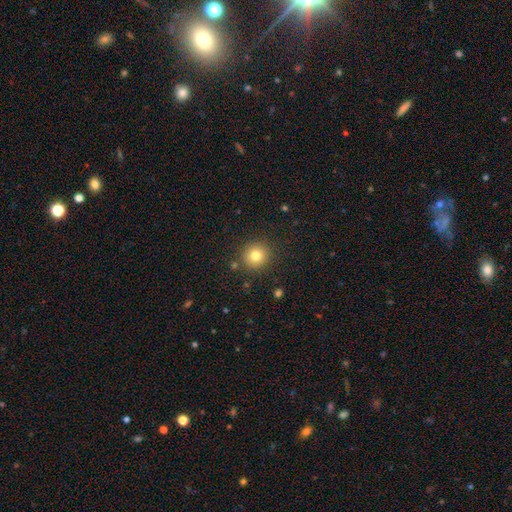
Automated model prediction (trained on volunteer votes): smooth 79%, star or artifact 12%, featured or disk 8%. Down the decision tree: how rounded — round (93%); merging — none (89%).